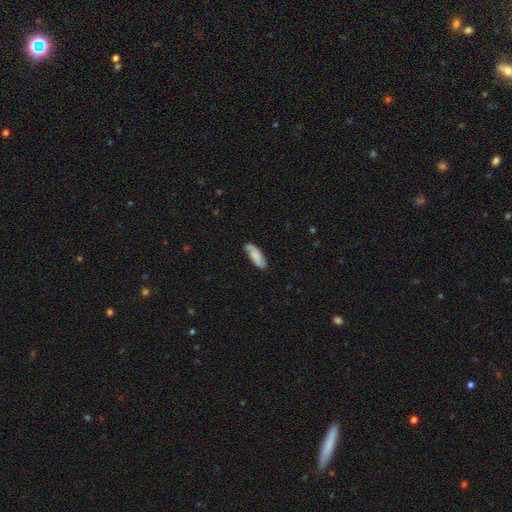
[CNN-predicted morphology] A smooth galaxy with no disk features (56%) that is in between round and cigar-shaped (67%). Merging: none (67%).